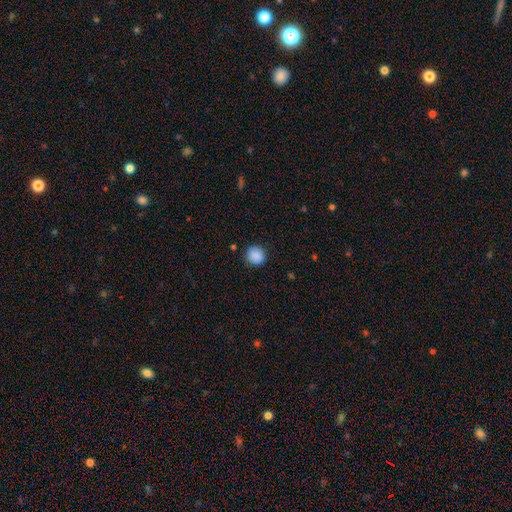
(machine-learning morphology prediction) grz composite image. It shows a smooth galaxy with no disk features (89%) that is round (91%). Merging: none (88%).